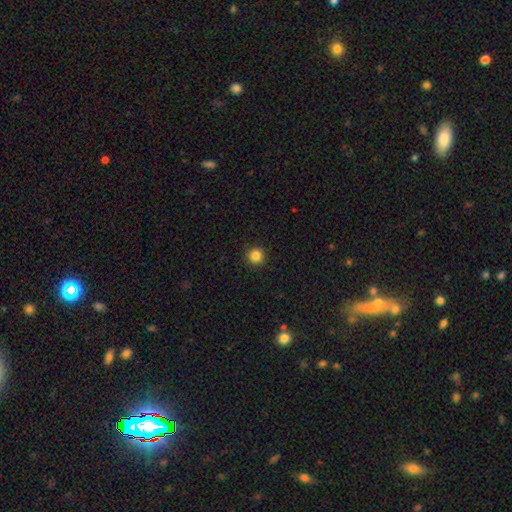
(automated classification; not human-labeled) smooth-or-featured: smooth: 85% | star or artifact: 11% | featured or disk: 4%
  how-rounded: round: 95% | in between: 4% | cigar-shaped: 1%
  merging: none: 92% | minor disturbance: 5% | major disturbance: 2% | merger: 1%